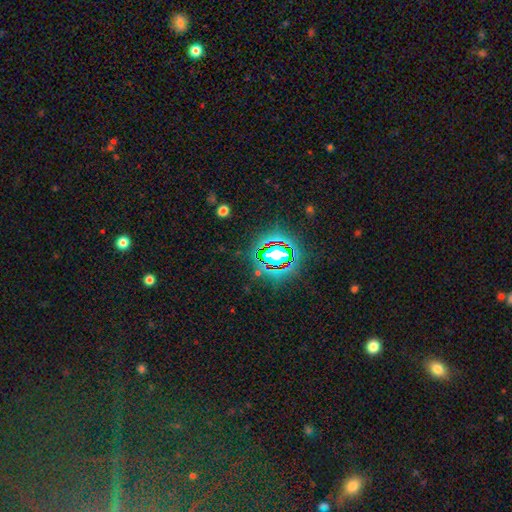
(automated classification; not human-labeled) smooth-or-featured: star or artifact: 77% | smooth: 14% | featured or disk: 9%